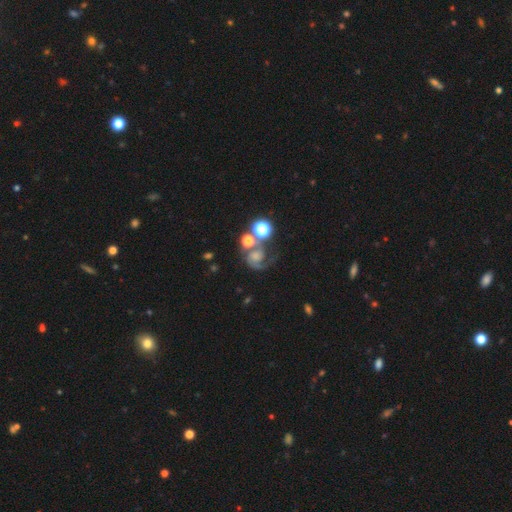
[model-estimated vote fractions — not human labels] smooth_or_featured: featured or disk (p=0.67) [alt: smooth p=0.20]
disk_edge_on: no (p=0.98) [alt: yes p=0.02]
bar: no (p=0.68) [alt: weak p=0.25]
has_spiral_arms: yes (p=0.91) [alt: no p=0.09]
spiral_winding: medium (p=0.46) [alt: tight p=0.29]
spiral_arm_count: 2 (p=0.49) [alt: 1 p=0.41]
bulge_size: small (p=0.27) [alt: moderate p=0.26]
merging: none (p=0.37) [alt: merger p=0.24]